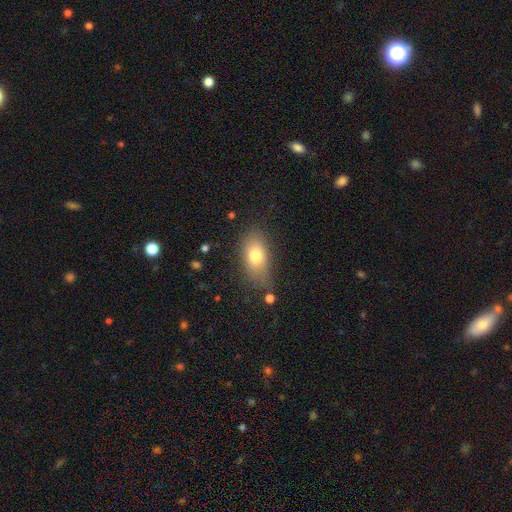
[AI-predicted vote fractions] This is likely a smooth galaxy (75%). How rounded: clearly in between (84%). Merging: likely none (71%).